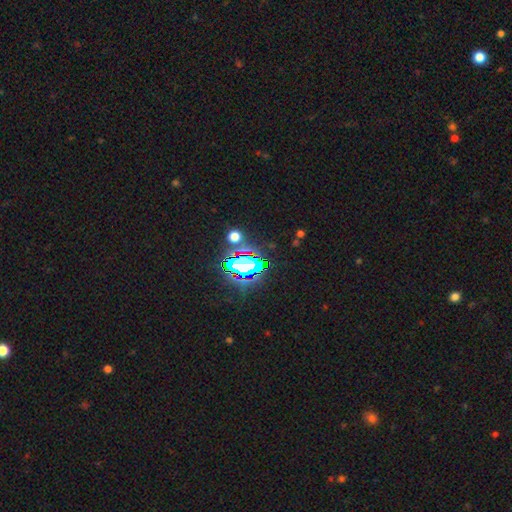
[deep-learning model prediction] This appears to be a star or artifact, not a galaxy (82%).